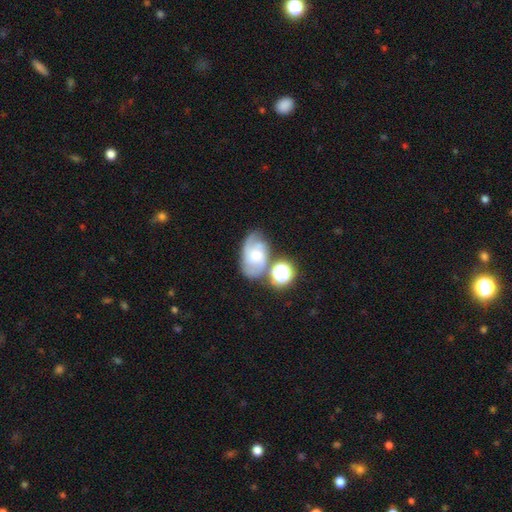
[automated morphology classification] A featured or disk galaxy (70%) with no bar (61%), 2 (39%) medium (50%) spiral arms (94%) and a small central bulge (41%).

Vote fractions:
- Smooth or featured? featured or disk: 70% / smooth: 19% / star or artifact: 11%
- Edge-on disk? no: 97% / yes: 3%
- Bar? no: 61% / weak: 33% / strong: 6%
- Spiral arms? yes: 94% / no: 6%
- Spiral winding? medium: 50% / tight: 31% / loose: 19%
- Spiral arm count? 2: 39% / 3: 32% / can't tell: 16% / 4: 5% / 1: 4% / more than 4: 3%
- Bulge size? small: 41% / moderate: 40% / none: 9% / large: 8% / dominant: 2%
- Merging? none: 55% / minor disturbance: 19% / merger: 18% / major disturbance: 9%